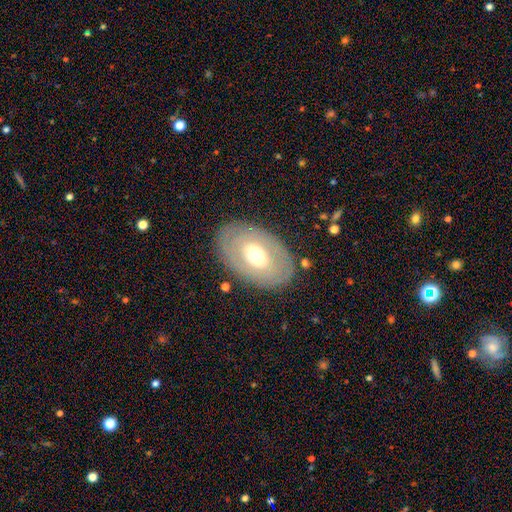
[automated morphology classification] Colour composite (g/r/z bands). It shows a featured or disk galaxy (54%). Merging: none (83%).